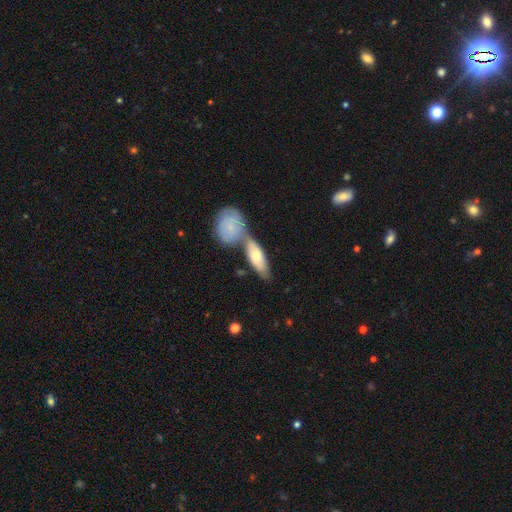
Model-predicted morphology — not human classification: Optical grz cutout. It shows a smooth galaxy with no disk features (62%) that is in between round and cigar-shaped (67%). Merging: merger (48%).